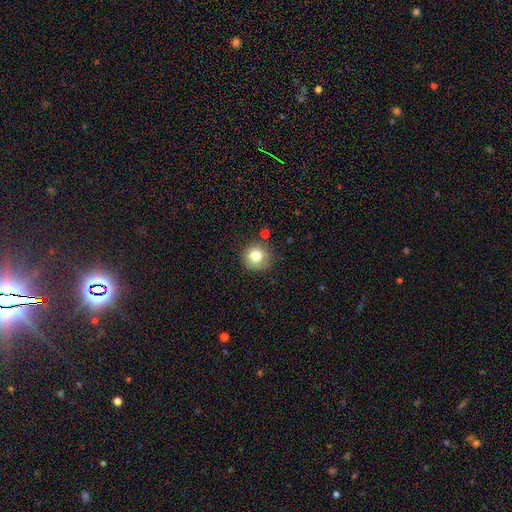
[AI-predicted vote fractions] Morphology: type=smooth (79%); roundness=round (93%); merging=none (82%).